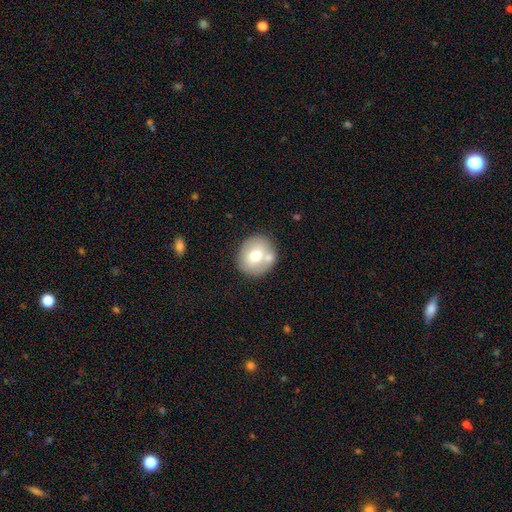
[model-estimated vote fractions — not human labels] Smooth or featured: smooth — 68% (featured or disk — 24%)
How rounded: round — 81% (in between — 18%)
Merging: none — 65% (merger — 20%)